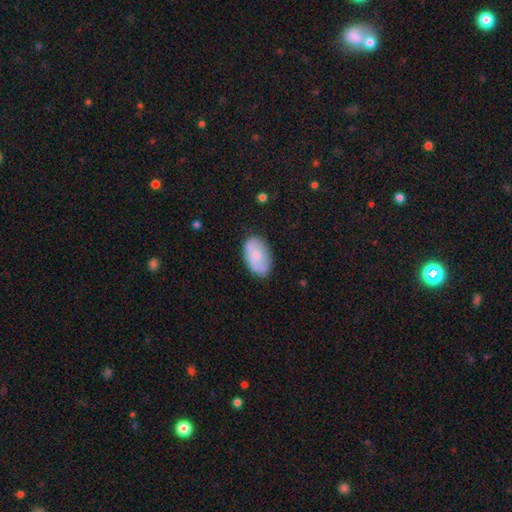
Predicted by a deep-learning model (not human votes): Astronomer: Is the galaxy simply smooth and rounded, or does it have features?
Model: smooth — 72%.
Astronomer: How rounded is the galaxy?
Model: in between — 93%.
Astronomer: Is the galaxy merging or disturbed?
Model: none — 78%.